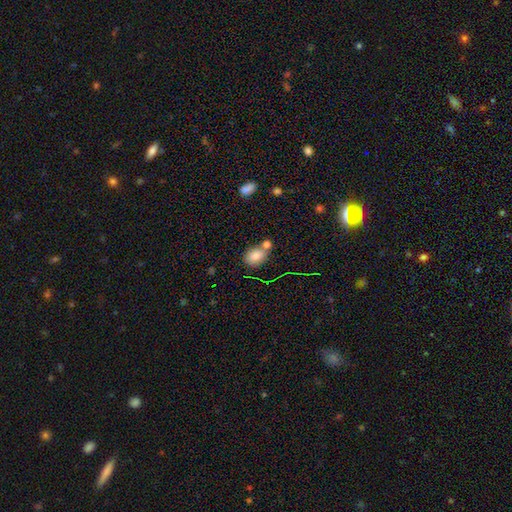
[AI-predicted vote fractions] Smooth or featured? Predicted: smooth (p=0.82). How rounded? Predicted: in between (p=0.72). Merging? Predicted: none (p=0.55).